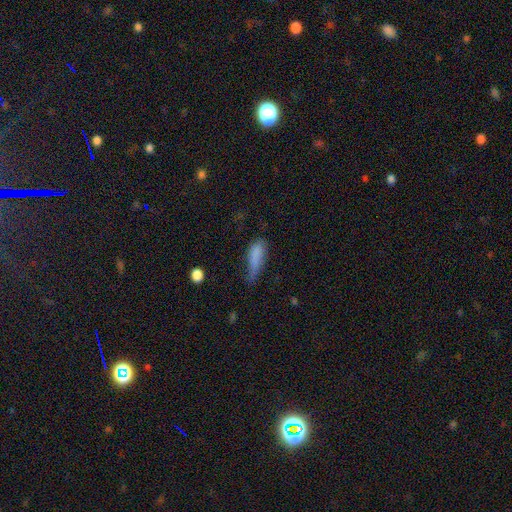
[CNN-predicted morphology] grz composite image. It shows a smooth galaxy with no disk features (77%) that is in between round and cigar-shaped (64%). Merging: minor disturbance (38%).